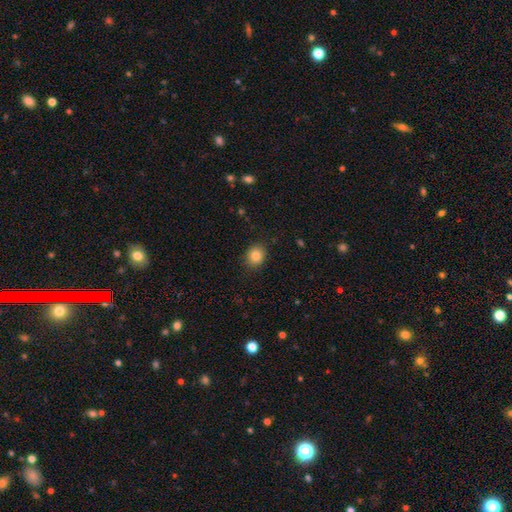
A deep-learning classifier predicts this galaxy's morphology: Q: Smooth or featured?
A: smooth (84%); runner-up: star or artifact (10%)
Q: How rounded?
A: round (69%); runner-up: in between (30%)
Q: Merging?
A: none (88%); runner-up: minor disturbance (8%)